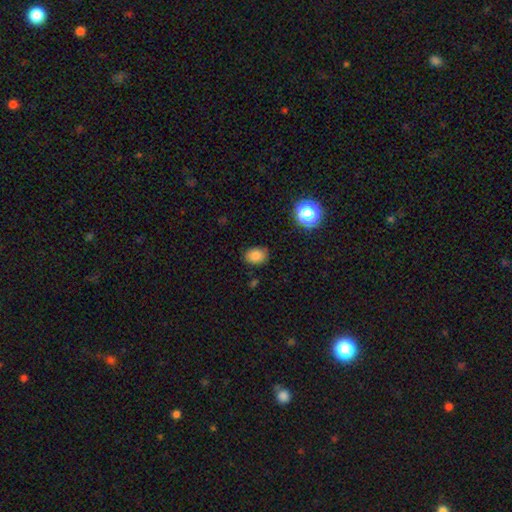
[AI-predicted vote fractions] Q: Smooth or featured?
A: smooth (83%); runner-up: star or artifact (12%)
Q: How rounded?
A: in between (67%); runner-up: round (32%)
Q: Merging?
A: none (82%); runner-up: minor disturbance (13%)